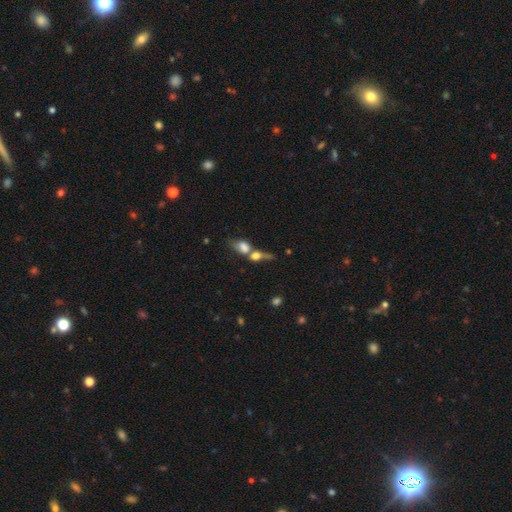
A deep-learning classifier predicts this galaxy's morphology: Smooth or featured? Predicted: smooth (p=0.62). How rounded? Predicted: in between (p=0.58). Merging? Predicted: merger (p=0.67).